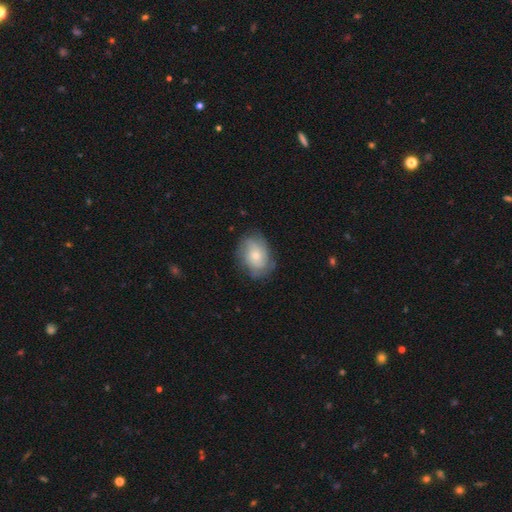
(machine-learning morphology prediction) This appears to be a smooth galaxy with no disk features (50%) that is in between round and cigar-shaped (70%). Merging: none (71%).